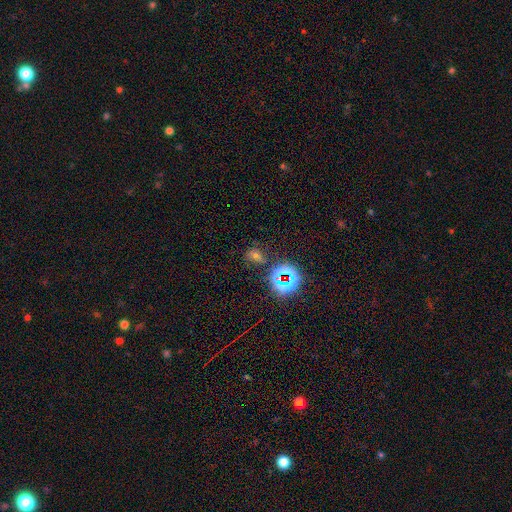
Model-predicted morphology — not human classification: Smooth or featured? Predicted: star or artifact (p=0.70).